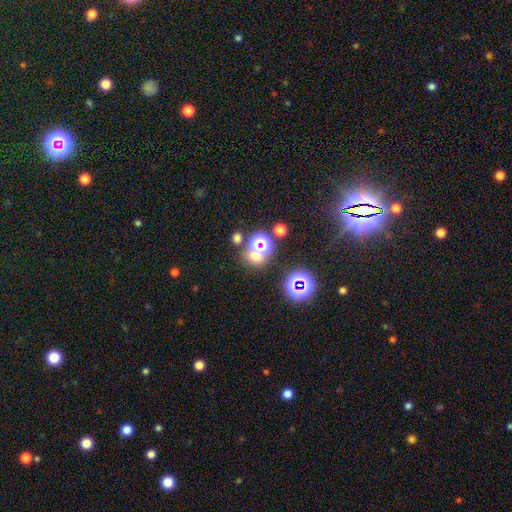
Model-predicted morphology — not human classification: Q: Smooth or featured?
A: smooth (49%); runner-up: star or artifact (41%)
Q: Merging?
A: none (62%); runner-up: merger (24%)